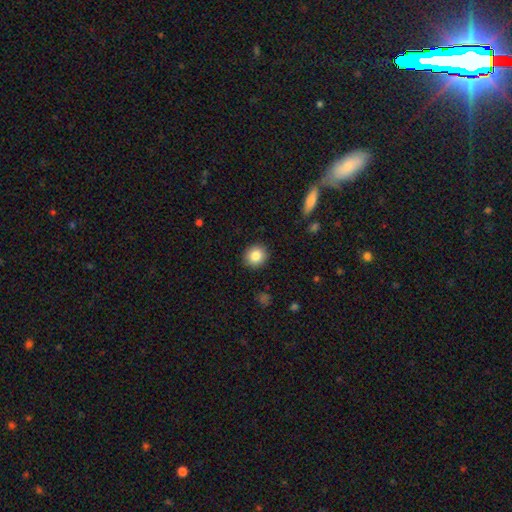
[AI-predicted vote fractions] A smooth galaxy with no disk features (84%) that is round (82%). Merging: none (90%).